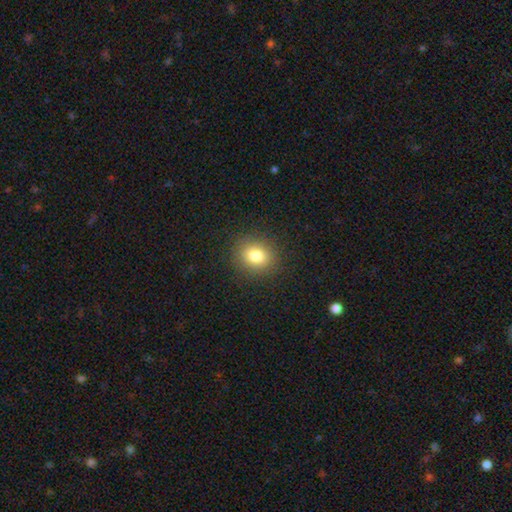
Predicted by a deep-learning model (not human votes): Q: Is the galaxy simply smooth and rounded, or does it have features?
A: smooth — 81%.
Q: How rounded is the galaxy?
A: round — 70%.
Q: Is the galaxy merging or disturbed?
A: none — 89%.